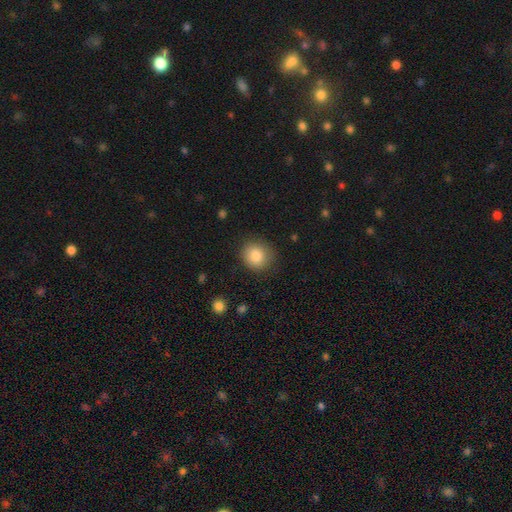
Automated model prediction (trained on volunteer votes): Morphology: type=smooth (85%); roundness=round (83%); merging=none (84%).